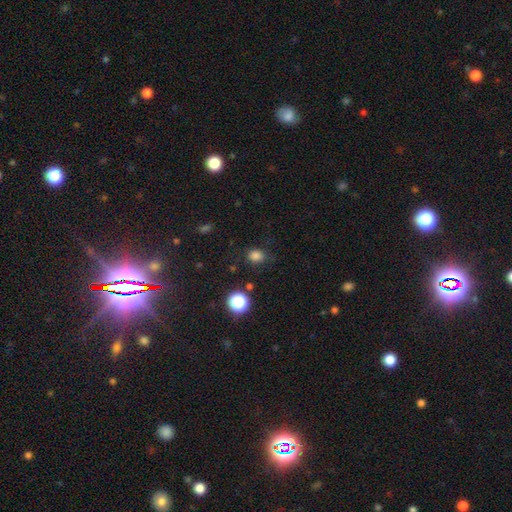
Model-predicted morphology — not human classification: Smooth or featured?
  - smooth: 79% *
  - star or artifact: 16%
  - featured or disk: 4%
How rounded?
  - round: 58% *
  - in between: 41%
  - cigar-shaped: 1%
Merging?
  - none: 76% *
  - minor disturbance: 17%
  - major disturbance: 5%
  - merger: 2%